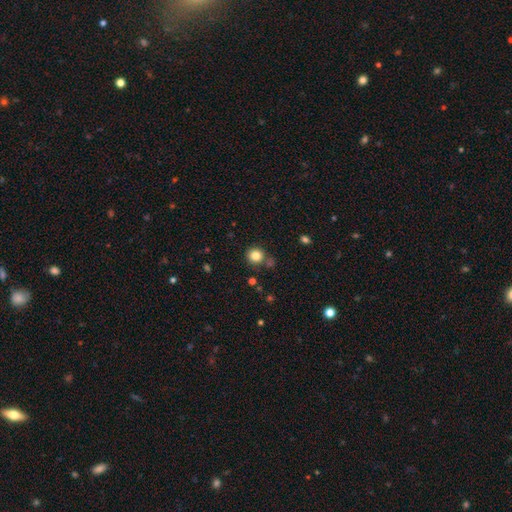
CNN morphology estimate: The model was most divided on "merging": none: 78%, minor disturbance: 10%, merger: 8%, major disturbance: 3%. More confident: how rounded — round (91%); smooth or featured — smooth (83%).